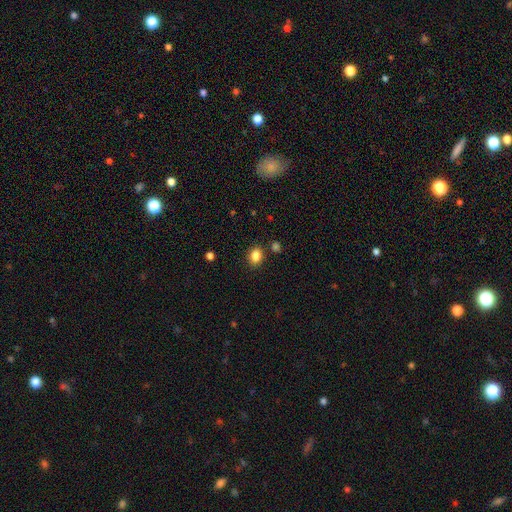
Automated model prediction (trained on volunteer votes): Smooth or featured? smooth (85%)
How rounded? in between (63%)
Merging? none (83%)